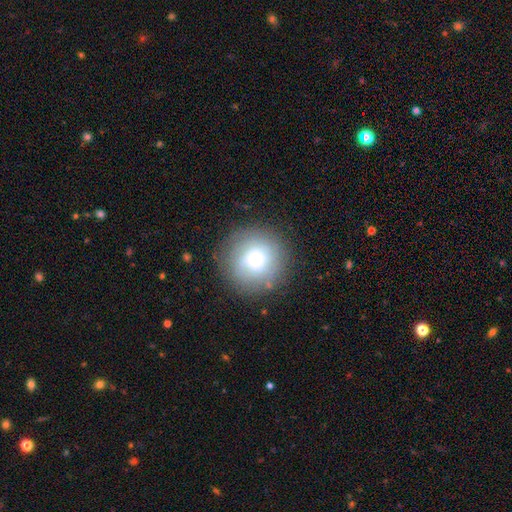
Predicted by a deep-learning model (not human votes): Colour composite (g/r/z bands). It shows a smooth galaxy with no disk features (56%) that is round (94%). Merging: none (81%).